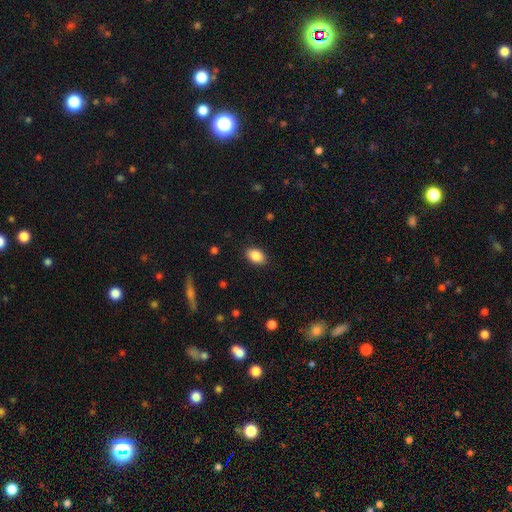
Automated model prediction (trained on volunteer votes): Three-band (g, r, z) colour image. It shows a smooth galaxy with no disk features (88%) that is in between round and cigar-shaped (87%). Merging: none (87%).